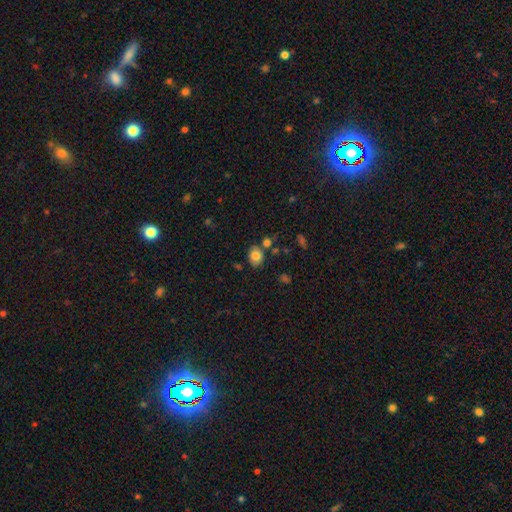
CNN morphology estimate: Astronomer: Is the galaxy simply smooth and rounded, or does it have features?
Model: smooth — 79%.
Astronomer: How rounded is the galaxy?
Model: round — 52% (runner-up: in between, 47%).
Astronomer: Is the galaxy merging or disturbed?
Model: none — 68%.